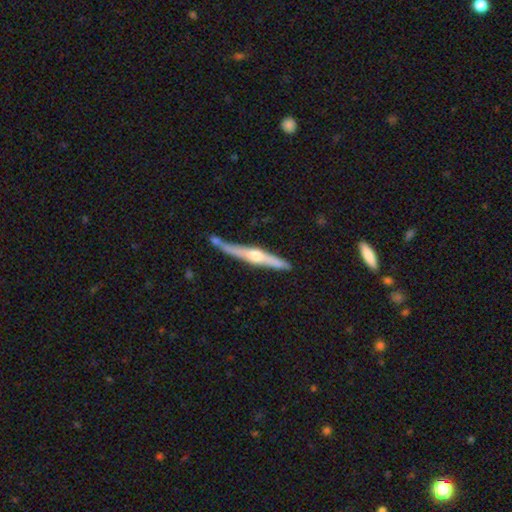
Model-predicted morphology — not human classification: type=featured or disk (66%); edge-on=yes (96%); edge-on bulge=rounded (90%); merging=none (64%).